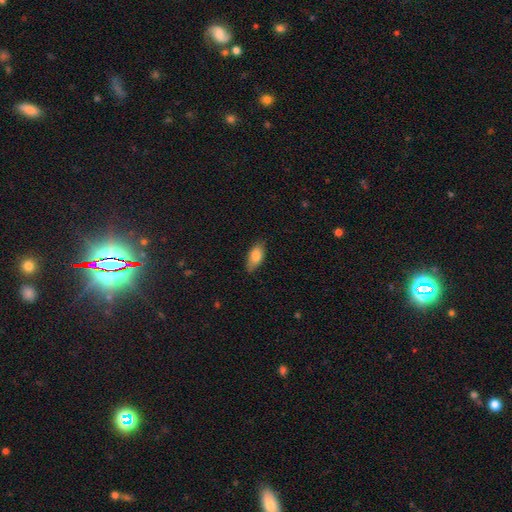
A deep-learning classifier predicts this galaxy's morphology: type=smooth (82%); roundness=in between (87%); merging=none (79%).